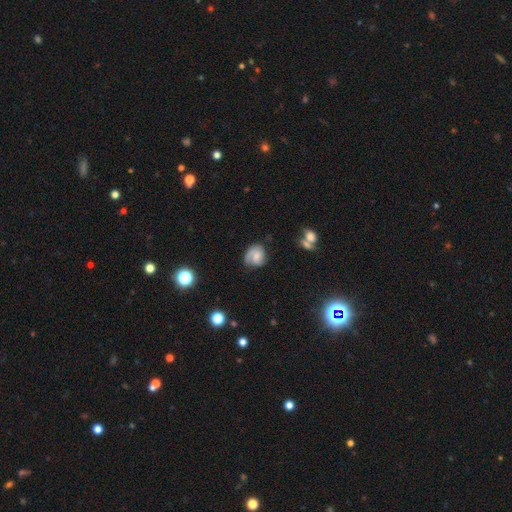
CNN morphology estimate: smooth-or-featured: featured or disk: 56% | smooth: 35% | star or artifact: 9%
  disk-edge-on: no: 97% | yes: 3%
    bar: no: 56% | weak: 37% | strong: 7%
    has-spiral-arms: yes: 90% | no: 10%
    bulge-size: small: 40% | moderate: 31% | none: 23% | large: 5% | dominant: 2%
  merging: none: 59% | minor disturbance: 26% | major disturbance: 12% | merger: 3%